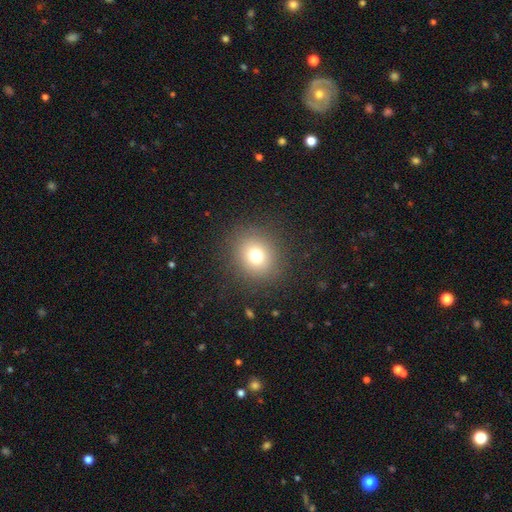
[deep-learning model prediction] This is likely a smooth galaxy (74%). How rounded: clearly round (80%). Merging: clearly none (88%).